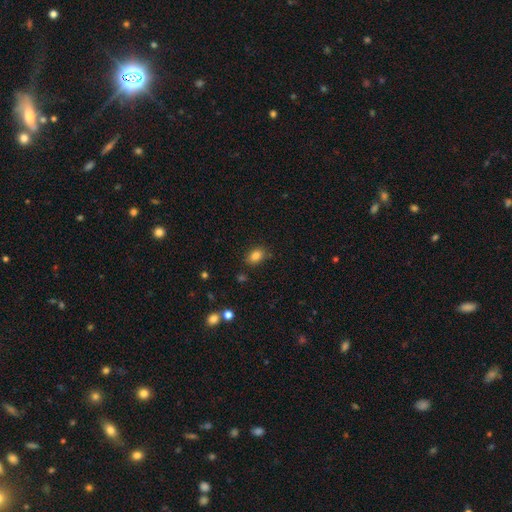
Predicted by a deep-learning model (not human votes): smooth 84%, star or artifact 11%, featured or disk 5%. Down the decision tree: how rounded — in between (76%); merging — none (82%).